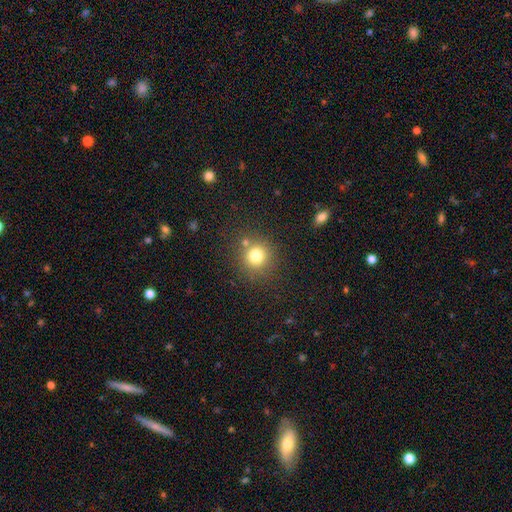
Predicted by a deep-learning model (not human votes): Overall: smooth (78%). How rounded: round (91%). Merging: none (75%).